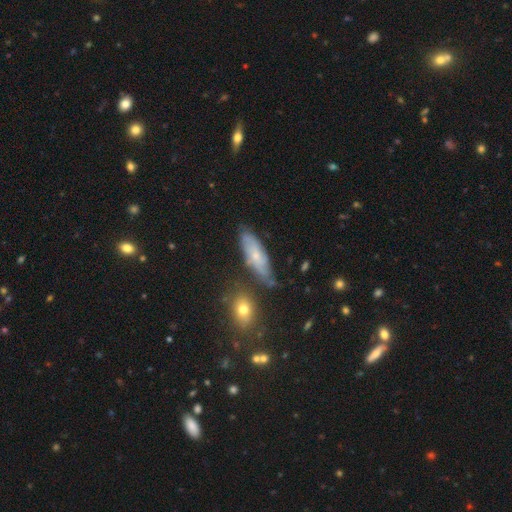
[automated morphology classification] The model was most divided on "smooth or featured": featured or disk: 52%, smooth: 40%, star or artifact: 9%. More confident: edge-on disk — no (74%); merging — none (64%).